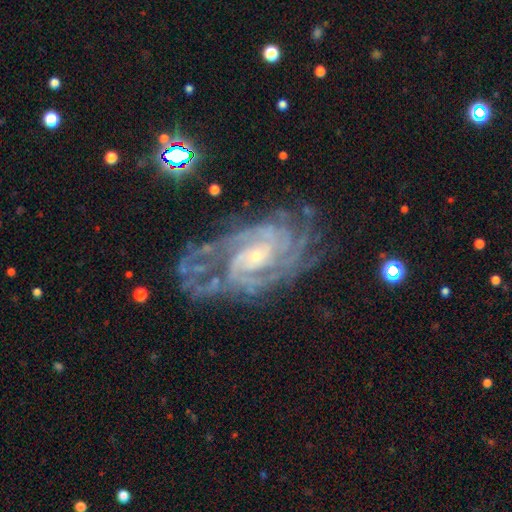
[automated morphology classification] This is clearly a featured or disk galaxy (90%). It is clearly not viewed edge-on (97%). Bar: possibly no (53%). Spiral arm pattern: clearly yes (98%). Spiral arm count: marginally can't tell (24%). Spiral winding: likely tight (68%). Central bulge: likely small (76%). Merging: likely none (68%).